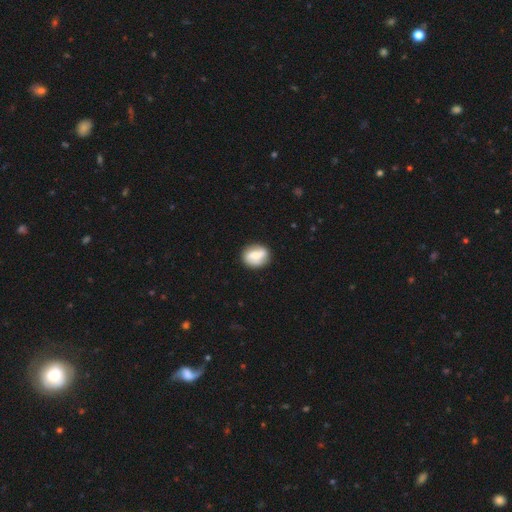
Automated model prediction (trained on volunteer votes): This is possibly a smooth galaxy (60%). How rounded: possibly round (52%). Merging: likely none (77%).